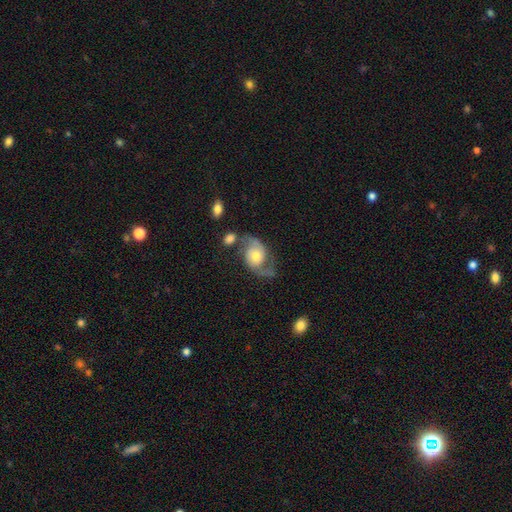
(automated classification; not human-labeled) Overall: featured or disk (82%). Edge-on disk: no (97%). Bar: no (70%). Spiral arms: yes (94%). Spiral arm count: 2 (91%). Spiral winding: loose (47%; medium 41%). Bulge size: moderate (64%). Merging: none (54%; minor disturbance 21%).